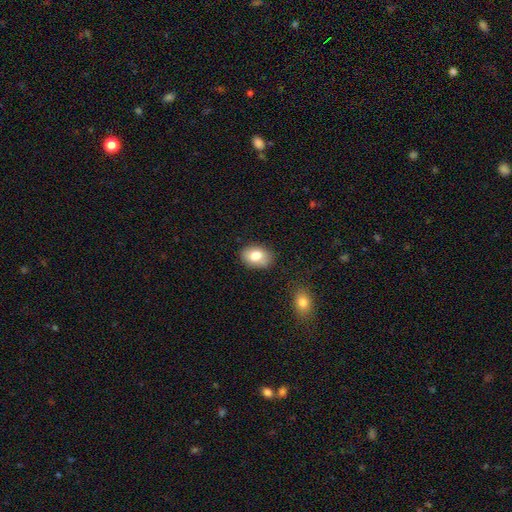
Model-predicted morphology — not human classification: Smooth or featured? Predicted: smooth (p=0.80). How rounded? Predicted: in between (p=0.77). Merging? Predicted: none (p=0.80).